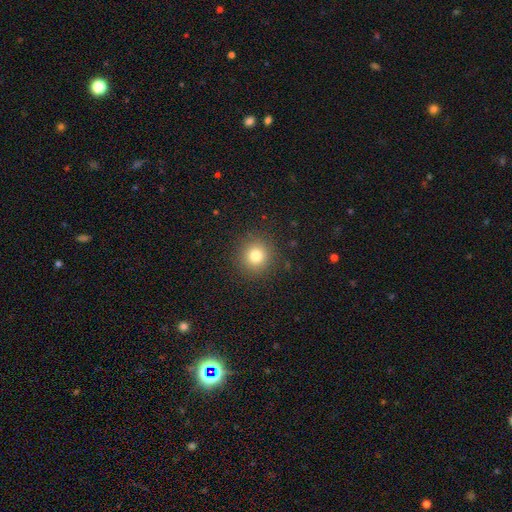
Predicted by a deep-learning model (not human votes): Q: Smooth or featured?
A: smooth (79%); runner-up: star or artifact (13%)
Q: How rounded?
A: round (93%); runner-up: in between (6%)
Q: Merging?
A: none (90%); runner-up: minor disturbance (6%)